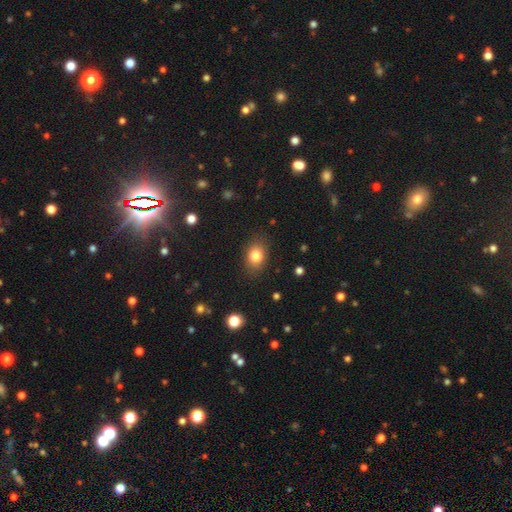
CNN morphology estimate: This is clearly a smooth galaxy (82%). How rounded: likely in between (68%). Merging: clearly none (85%).